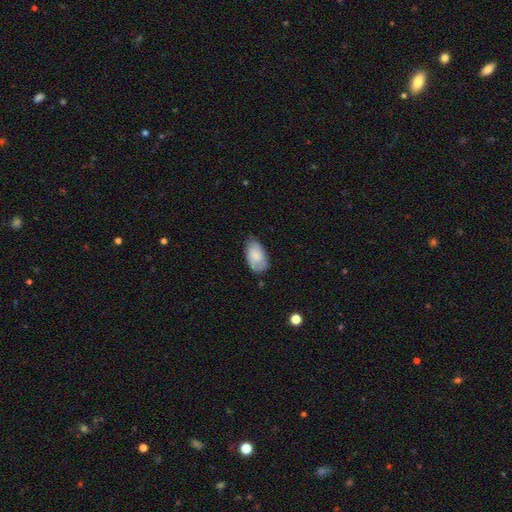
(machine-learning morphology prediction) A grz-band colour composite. It shows a smooth galaxy with no disk features (75%) that is in between round and cigar-shaped (94%). Merging: none (69%).